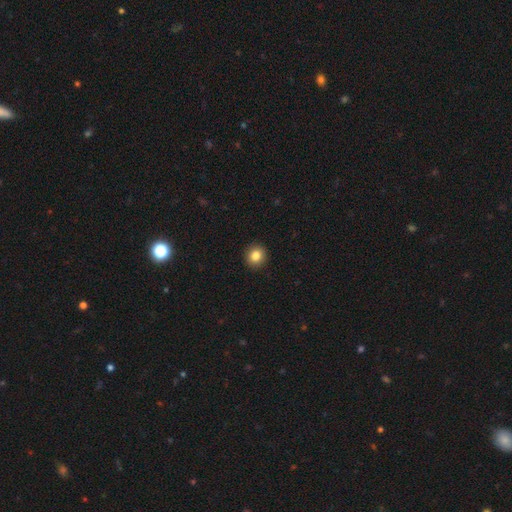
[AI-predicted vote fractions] A smooth galaxy with no disk features (84%) that is round (88%). Merging: none (93%).